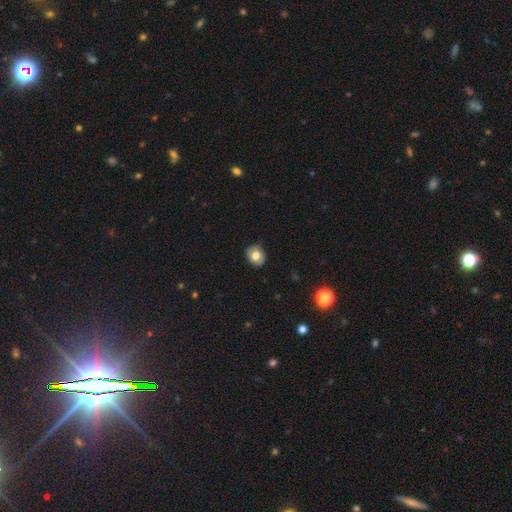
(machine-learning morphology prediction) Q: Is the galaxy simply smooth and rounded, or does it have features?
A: smooth — 77%.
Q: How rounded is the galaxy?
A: round — 55%.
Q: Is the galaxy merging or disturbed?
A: none — 87%.